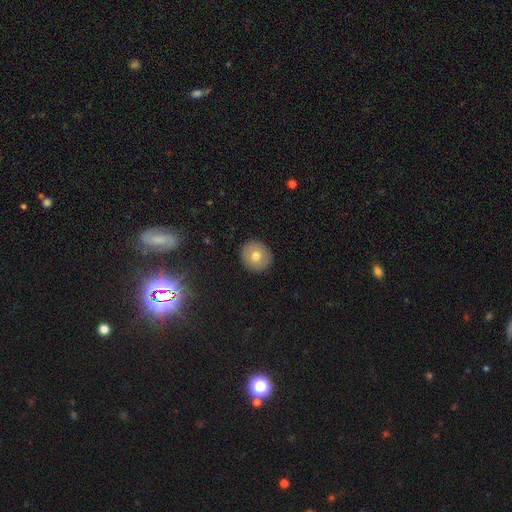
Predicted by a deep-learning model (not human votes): Smooth or featured?
  - smooth: 69% *
  - featured or disk: 22%
  - star or artifact: 9%
How rounded?
  - round: 89% *
  - in between: 10%
  - cigar-shaped: 1%
Merging?
  - none: 91% *
  - minor disturbance: 6%
  - major disturbance: 2%
  - merger: 1%